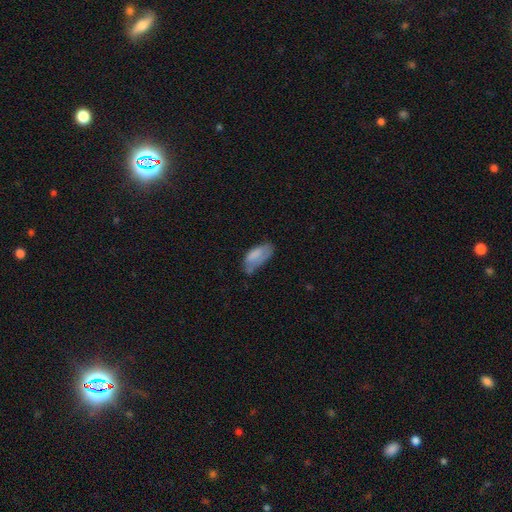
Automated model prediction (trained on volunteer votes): This appears to be a smooth galaxy with no disk features (76%) that is in between round and cigar-shaped (88%). Merging: minor disturbance (41%).